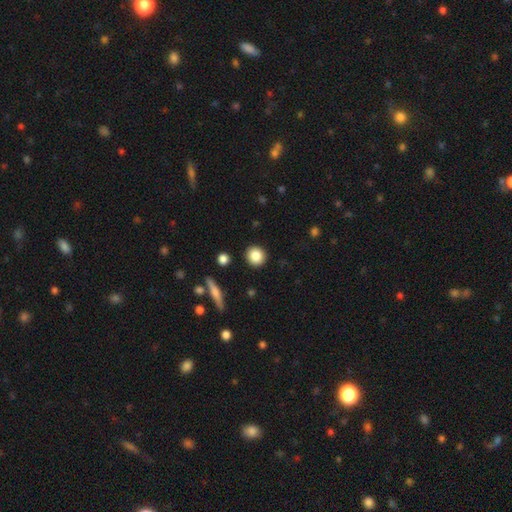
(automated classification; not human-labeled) Smooth or featured?
  - smooth: 85% *
  - star or artifact: 8%
  - featured or disk: 7%
How rounded?
  - round: 91% *
  - in between: 8%
  - cigar-shaped: 1%
Merging?
  - none: 91% *
  - minor disturbance: 6%
  - major disturbance: 2%
  - merger: 2%